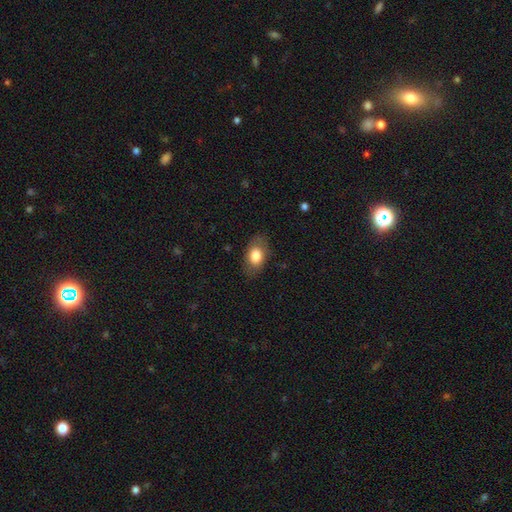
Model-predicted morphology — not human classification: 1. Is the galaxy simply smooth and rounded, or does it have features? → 78% smooth, 15% featured or disk, 7% star or artifact.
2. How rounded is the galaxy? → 86% in between, 12% round, 2% cigar-shaped.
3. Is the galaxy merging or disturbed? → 79% none, 15% minor disturbance, 5% major disturbance, 1% merger.